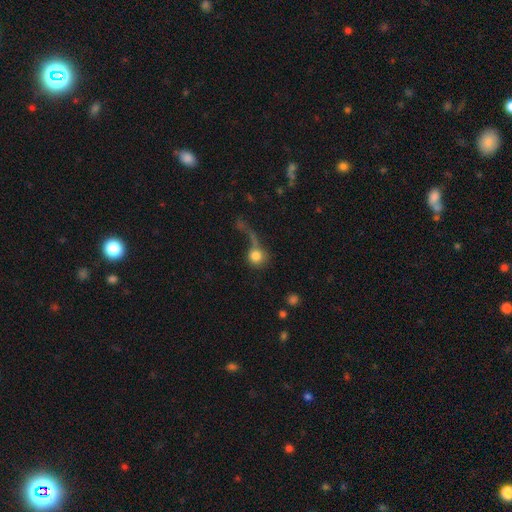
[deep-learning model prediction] A smooth galaxy with no disk features (74%) that is round (87%). Merging: major disturbance (47%).